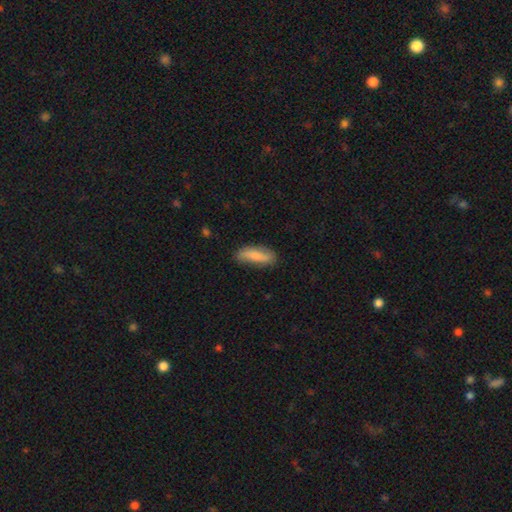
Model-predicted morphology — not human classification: smooth-or-featured: smooth: 75% | featured or disk: 19% | star or artifact: 6%
  how-rounded: in between: 52% | cigar-shaped: 45% | round: 2%
  merging: none: 77% | minor disturbance: 17% | major disturbance: 4% | merger: 2%